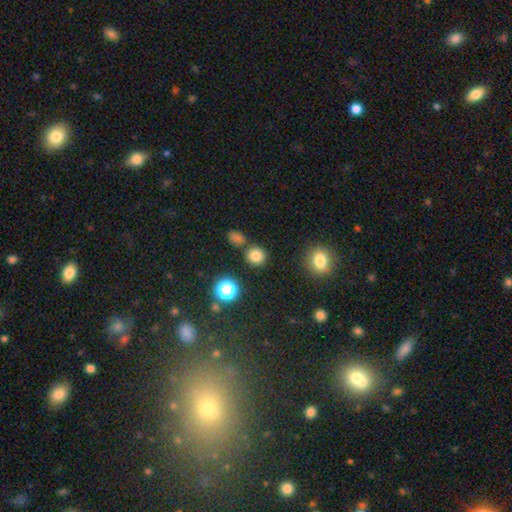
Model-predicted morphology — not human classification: Smooth or featured? Predicted: smooth (p=0.78). How rounded? Predicted: round (p=0.89). Merging? Predicted: none (p=0.82).